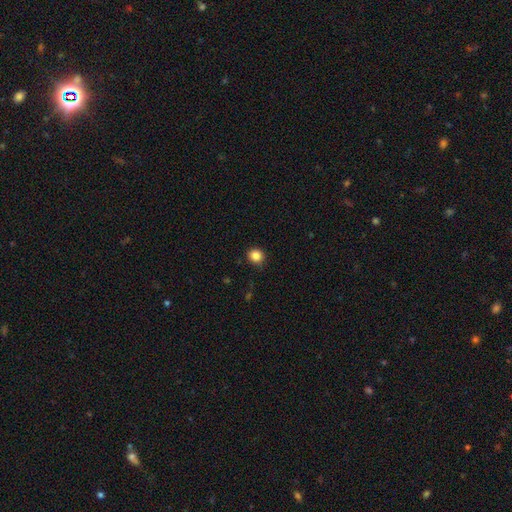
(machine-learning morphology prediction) A smooth galaxy with no disk features (85%) that is round (85%). Merging: none (85%).